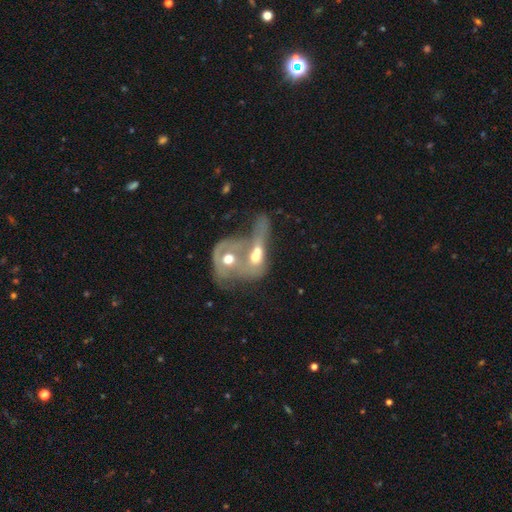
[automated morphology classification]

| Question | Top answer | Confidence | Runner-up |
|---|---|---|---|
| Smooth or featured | featured or disk | 55% | smooth (36%) |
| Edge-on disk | no | 92% | yes (8%) |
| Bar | no | 83% | weak (13%) |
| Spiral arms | no | 69% | yes (31%) |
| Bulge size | moderate | 66% | small (13%) |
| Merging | merger | 80% | major disturbance (10%) |